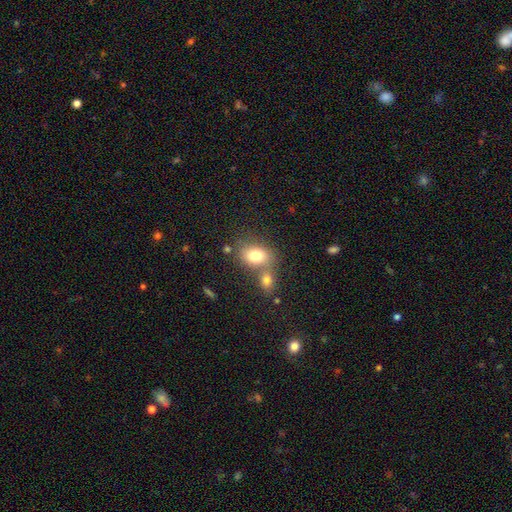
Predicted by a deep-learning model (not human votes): Morphology: type=smooth (78%); roundness=in between (67%); merging=none (45%).